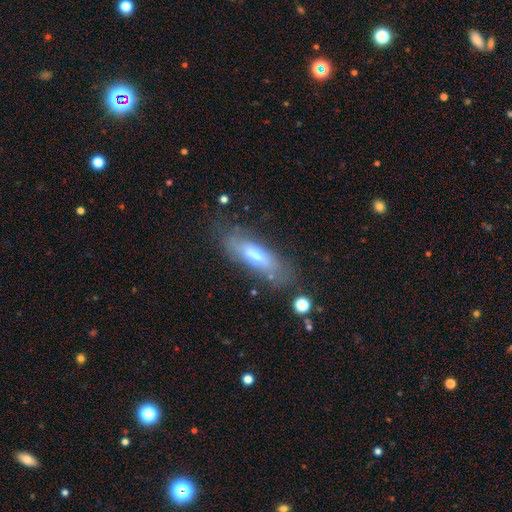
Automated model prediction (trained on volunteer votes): Overall: smooth (54%; featured or disk 38%). How rounded: in between (56%; cigar-shaped 42%). Merging: none (66%).